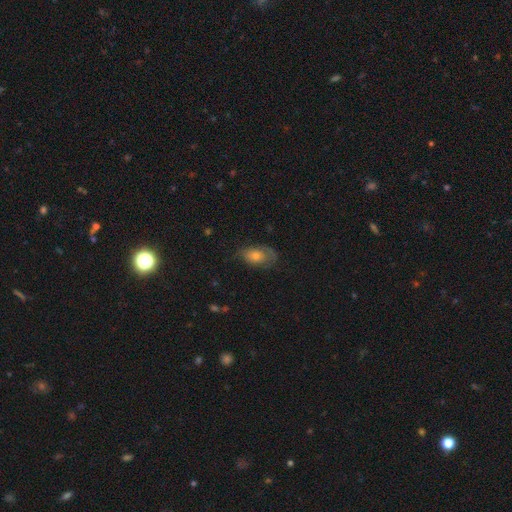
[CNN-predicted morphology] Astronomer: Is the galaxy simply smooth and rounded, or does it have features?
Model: smooth — 49% (runner-up: featured or disk, 40%).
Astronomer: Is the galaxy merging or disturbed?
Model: none — 61%.